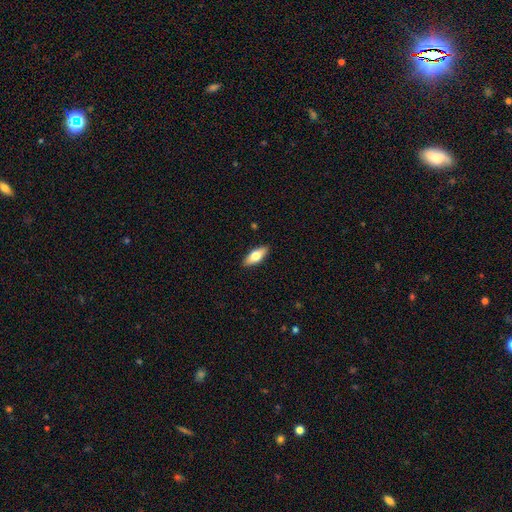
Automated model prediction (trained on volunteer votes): Q: Smooth or featured?
A: smooth (69%); runner-up: featured or disk (25%)
Q: How rounded?
A: in between (76%); runner-up: cigar-shaped (21%)
Q: Merging?
A: none (89%); runner-up: minor disturbance (8%)